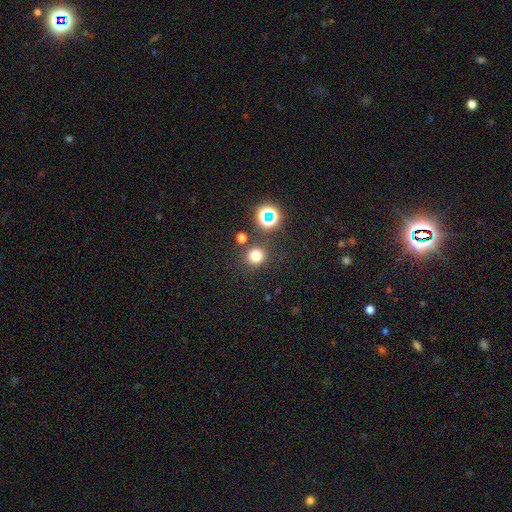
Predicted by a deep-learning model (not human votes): A smooth galaxy with no disk features (73%) that is round (93%).

Vote fractions:
- Smooth or featured? smooth: 73% / star or artifact: 21% / featured or disk: 6%
- How rounded? round: 93% / in between: 7% / cigar-shaped: 1%
- Merging? none: 83% / minor disturbance: 7% / merger: 7% / major disturbance: 3%